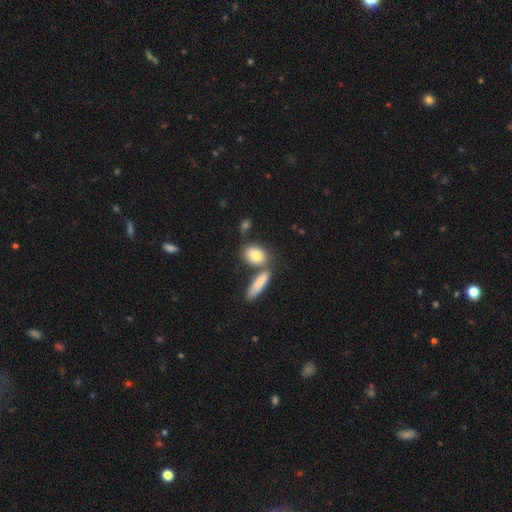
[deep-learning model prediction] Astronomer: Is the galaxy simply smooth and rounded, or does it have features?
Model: smooth — 79%.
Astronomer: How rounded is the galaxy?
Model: in between — 72%.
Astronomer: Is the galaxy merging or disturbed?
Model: none — 57%.